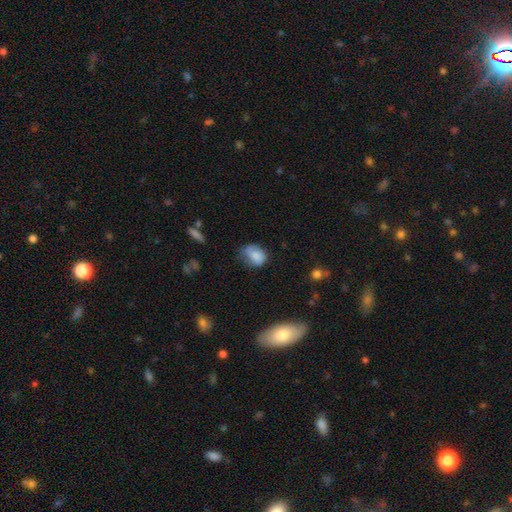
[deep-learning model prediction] Morphology: type=smooth (76%); roundness=in between (64%); merging=none (46%).